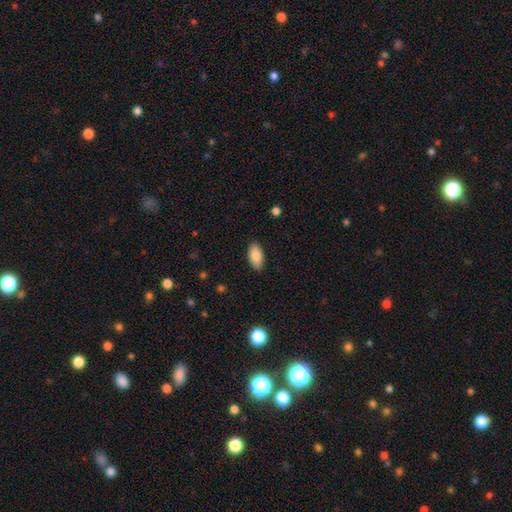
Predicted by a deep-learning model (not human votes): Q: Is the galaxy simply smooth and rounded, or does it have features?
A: smooth — 85%.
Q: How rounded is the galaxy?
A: in between — 93%.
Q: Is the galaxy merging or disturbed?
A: none — 89%.